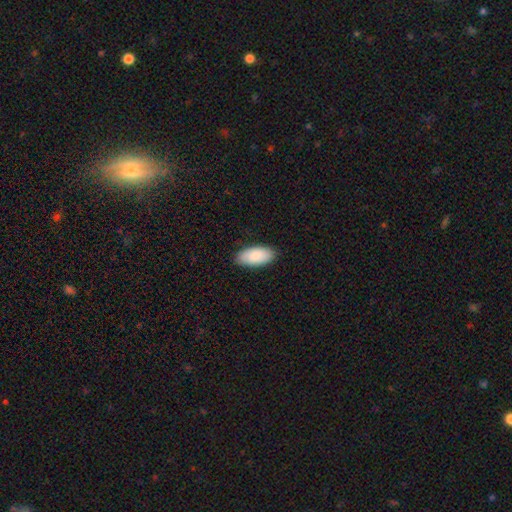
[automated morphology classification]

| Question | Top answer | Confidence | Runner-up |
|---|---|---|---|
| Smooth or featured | smooth | 88% | featured or disk (6%) |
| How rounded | in between | 92% | cigar-shaped (6%) |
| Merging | none | 88% | minor disturbance (10%) |